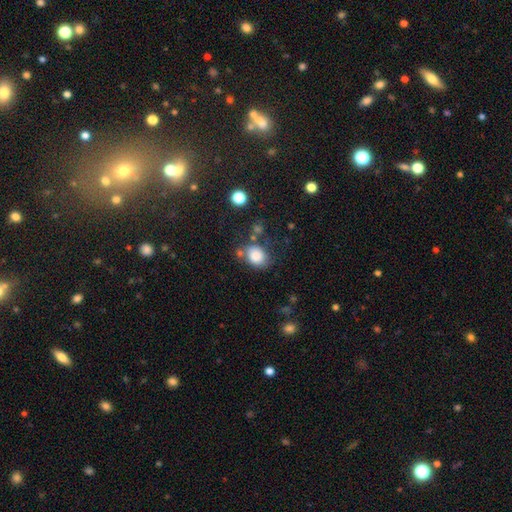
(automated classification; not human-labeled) The model was most divided on "how rounded": in between: 50%, round: 49%, cigar-shaped: 1%. More confident: smooth or featured — smooth (83%); merging — none (61%).